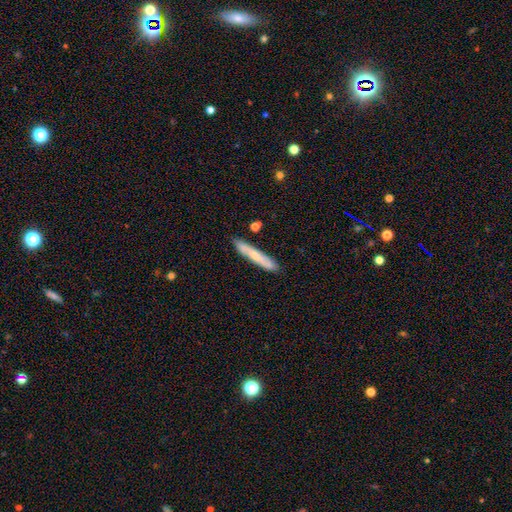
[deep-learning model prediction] Overall: smooth (57%; featured or disk 37%). How rounded: cigar-shaped (92%). Merging: none (85%).